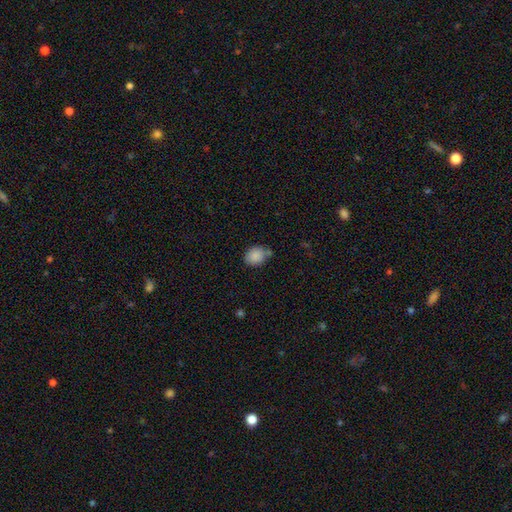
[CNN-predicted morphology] Smooth or featured? smooth (87%)
How rounded? round (55%)
Merging? none (63%)